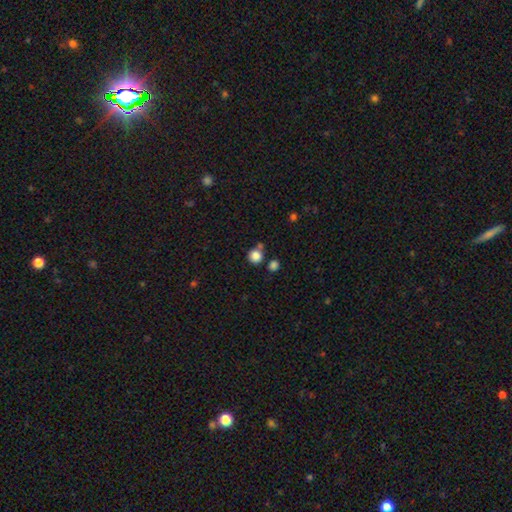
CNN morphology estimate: A smooth galaxy with no disk features (85%) that is round (92%). Merging: none (70%).